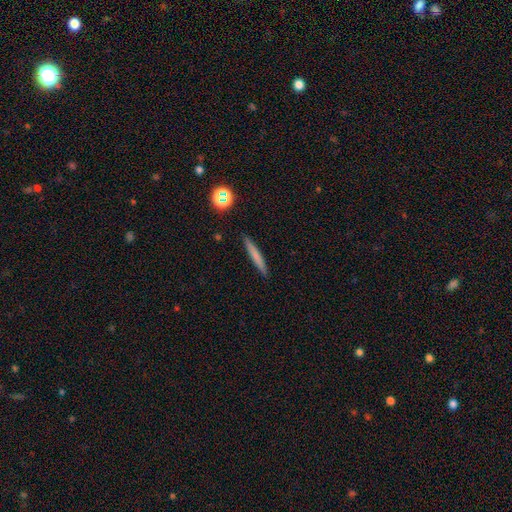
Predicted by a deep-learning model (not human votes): Q: Smooth or featured?
A: smooth (69%); runner-up: featured or disk (23%)
Q: How rounded?
A: cigar-shaped (95%); runner-up: in between (3%)
Q: Merging?
A: none (91%); runner-up: minor disturbance (6%)